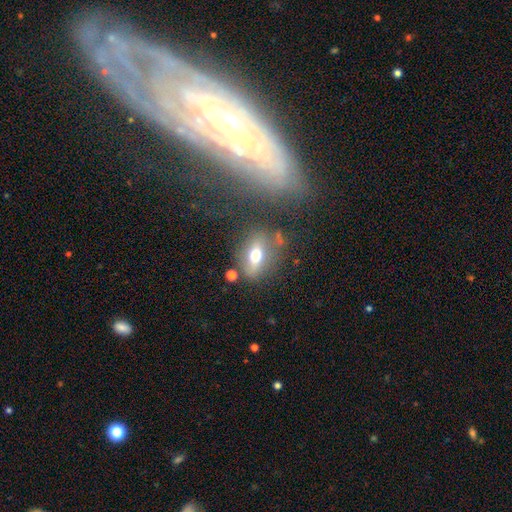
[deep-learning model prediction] Overall: smooth (57%; featured or disk 30%). How rounded: in between (68%). Merging: none (66%).